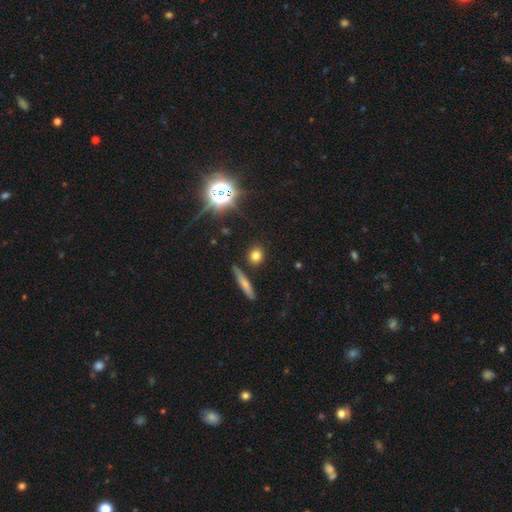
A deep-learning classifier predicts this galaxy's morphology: This appears to be a smooth galaxy with no disk features (74%) that is round (76%). Merging: none (86%).